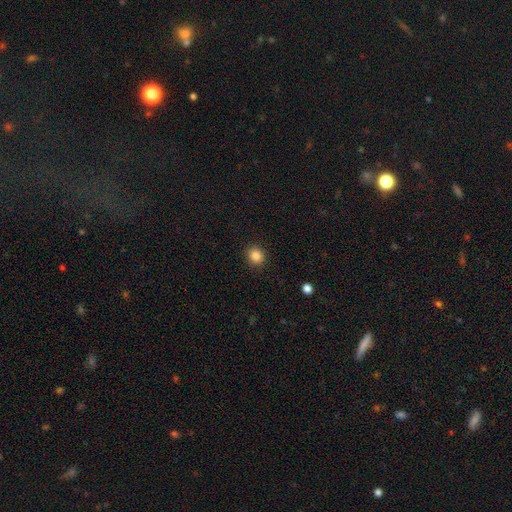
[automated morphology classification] Smooth or featured? Predicted: smooth (p=0.86). How rounded? Predicted: round (p=0.81). Merging? Predicted: none (p=0.91).